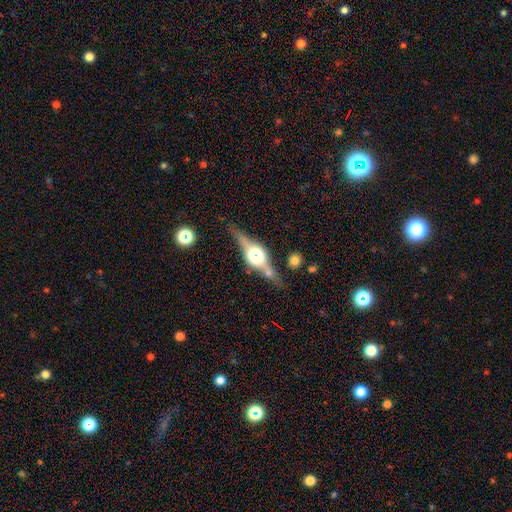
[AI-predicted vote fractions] Smooth or featured?
  - featured or disk: 79% *
  - smooth: 13%
  - star or artifact: 8%
Edge-on disk?
  - yes: 95% *
  - no: 5%
Edge-on bulge?
  - rounded: 91% *
  - boxy: 7%
  - none: 1%
Merging?
  - none: 78% *
  - minor disturbance: 12%
  - merger: 6%
  - major disturbance: 4%